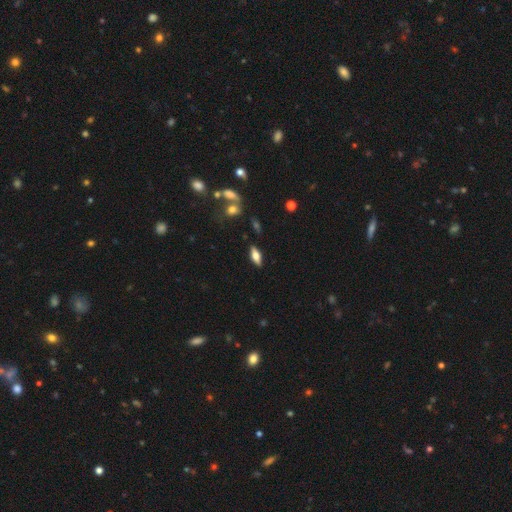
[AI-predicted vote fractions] smooth 56%, featured or disk 36%, star or artifact 8%. Down the decision tree: how rounded — in between (73%); merging — none (85%).